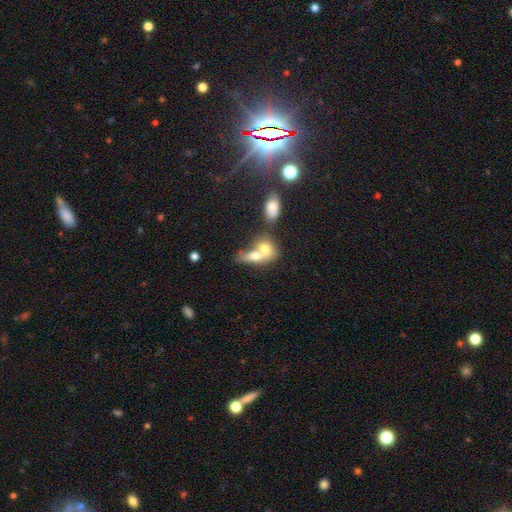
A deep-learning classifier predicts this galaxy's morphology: smooth 66%, featured or disk 25%, star or artifact 9%. Down the decision tree: how rounded — in between (66%); merging — merger (72%).